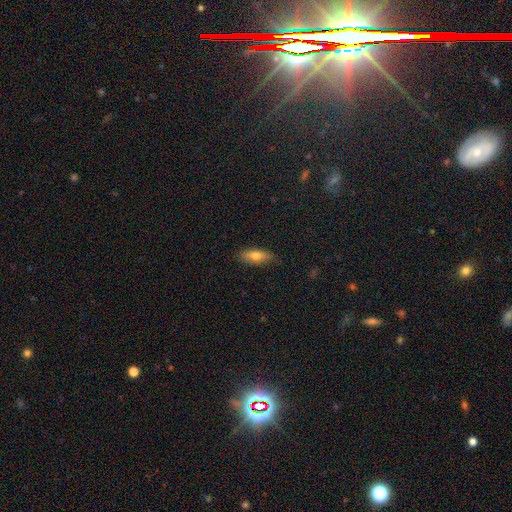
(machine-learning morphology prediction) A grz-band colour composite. It shows a smooth galaxy with no disk features (71%) that is in between round and cigar-shaped (63%). Merging: none (84%).